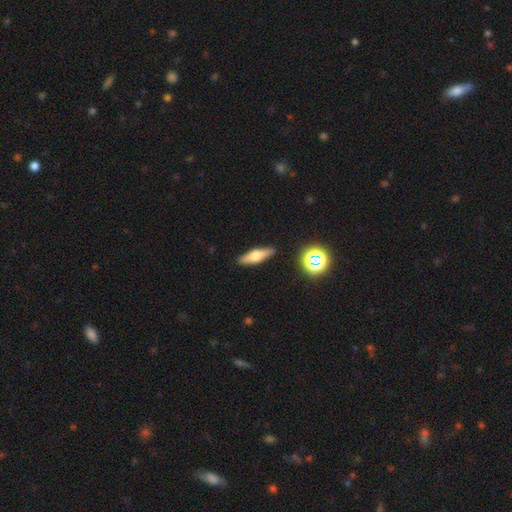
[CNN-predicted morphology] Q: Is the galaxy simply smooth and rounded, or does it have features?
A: featured or disk — 46%.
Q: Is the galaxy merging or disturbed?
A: none — 88%.